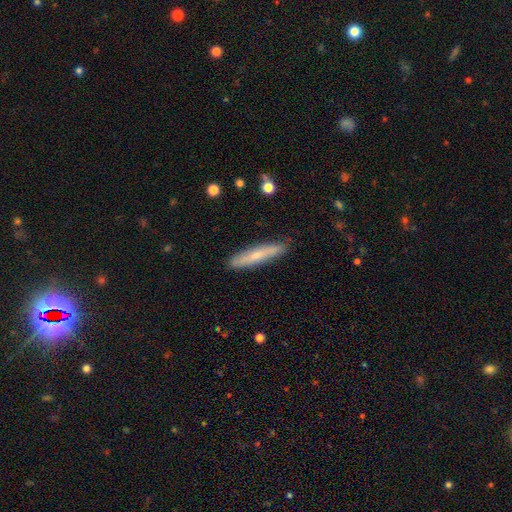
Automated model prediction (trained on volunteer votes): A smooth galaxy with no disk features (56%) that is cigar-shaped (90%).

Vote fractions:
- Smooth or featured? smooth: 56% / featured or disk: 38% / star or artifact: 6%
- How rounded? cigar-shaped: 90% / in between: 9% / round: 1%
- Merging? none: 87% / minor disturbance: 10% / major disturbance: 2% / merger: 1%